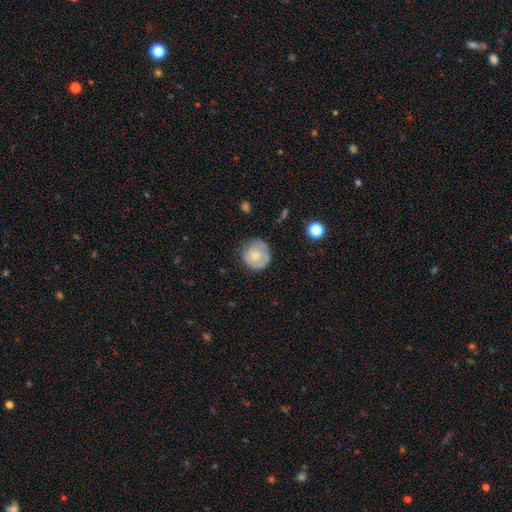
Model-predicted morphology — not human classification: Smooth or featured?
  - smooth: 66% *
  - featured or disk: 27%
  - star or artifact: 7%
How rounded?
  - round: 91% *
  - in between: 8%
  - cigar-shaped: 1%
Merging?
  - none: 70% *
  - minor disturbance: 22%
  - major disturbance: 6%
  - merger: 2%